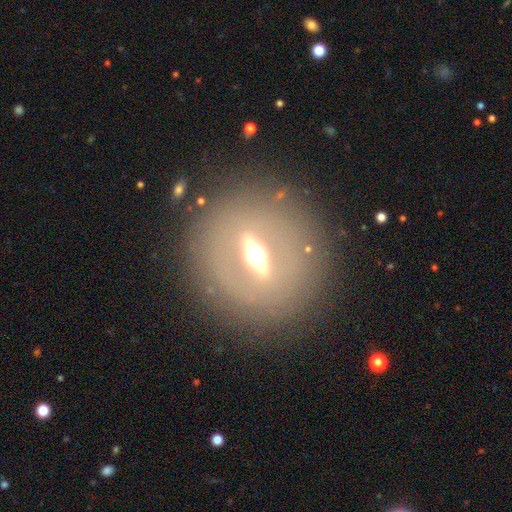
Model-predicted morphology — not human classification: A featured or disk galaxy (73%) viewed edge-on (57%).

Vote fractions:
- Smooth or featured? featured or disk: 73% / smooth: 17% / star or artifact: 11%
- Edge-on disk? yes: 57% / no: 43%
- Merging? none: 84% / minor disturbance: 8% / major disturbance: 6% / merger: 2%